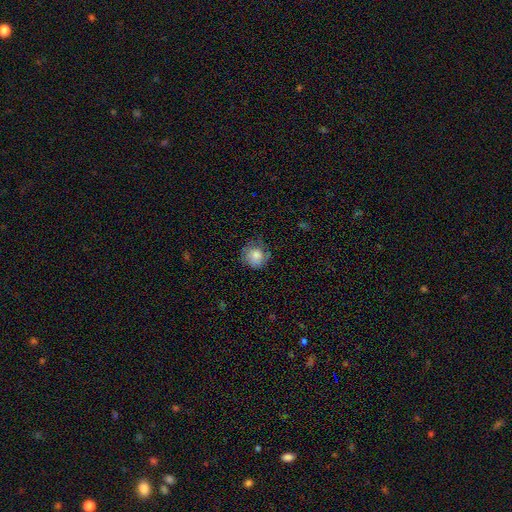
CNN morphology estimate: smooth_or_featured: smooth (p=0.77) [alt: featured or disk p=0.14]
how_rounded: round (p=0.87) [alt: in between p=0.12]
merging: none (p=0.65) [alt: minor disturbance p=0.25]